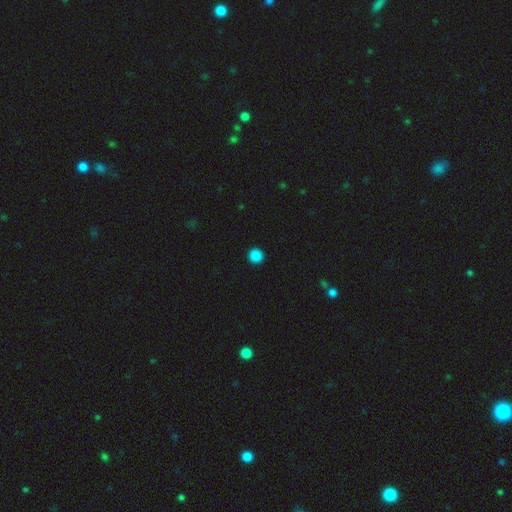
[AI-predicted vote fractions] A smooth galaxy with no disk features (87%) that is round (95%). Merging: none (94%).